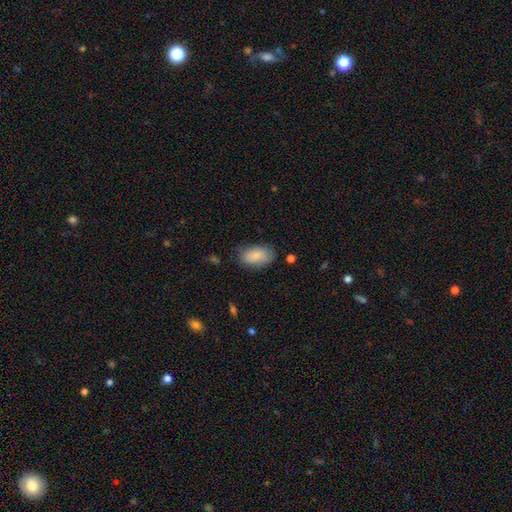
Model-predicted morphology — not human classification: smooth_or_featured: smooth (p=0.86) [alt: featured or disk p=0.07]
how_rounded: in between (p=0.93) [alt: round p=0.04]
merging: none (p=0.75) [alt: minor disturbance p=0.19]